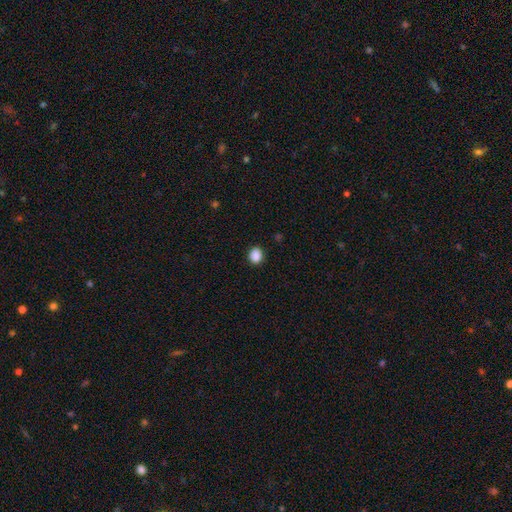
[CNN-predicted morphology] Smooth or featured? Predicted: smooth (p=0.88). How rounded? Predicted: round (p=0.67). Merging? Predicted: none (p=0.89).